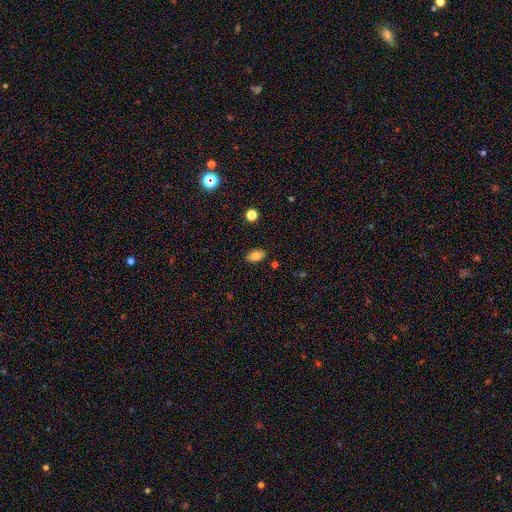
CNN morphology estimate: Smooth or featured: smooth — 81% (star or artifact — 9%)
How rounded: in between — 91% (round — 7%)
Merging: none — 87% (minor disturbance — 9%)